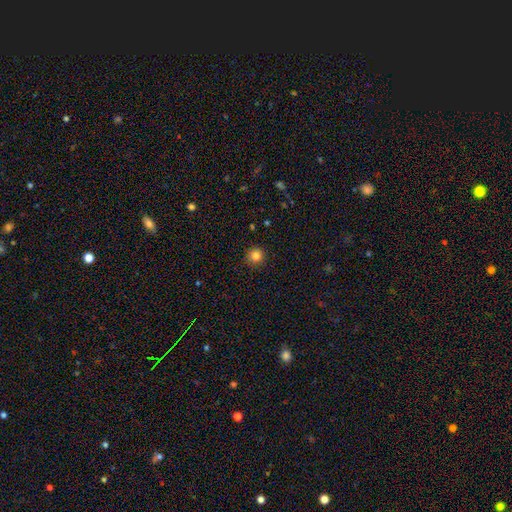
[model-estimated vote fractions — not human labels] The model was most divided on "smooth or featured": smooth: 83%, star or artifact: 12%, featured or disk: 5%. More confident: how rounded — round (95%); merging — none (92%).